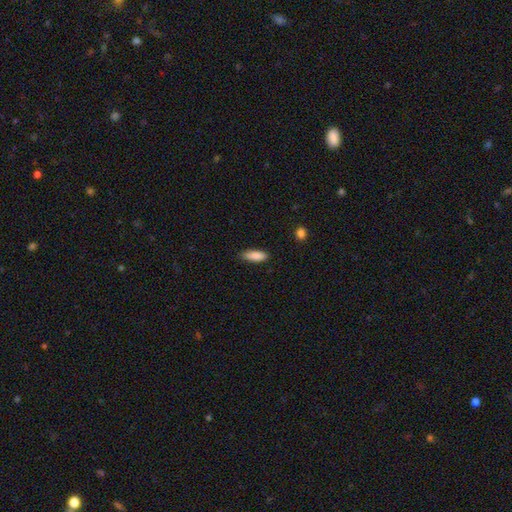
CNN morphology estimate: Smooth or featured?
  - smooth: 88% *
  - star or artifact: 6%
  - featured or disk: 6%
How rounded?
  - in between: 60% *
  - cigar-shaped: 38%
  - round: 2%
Merging?
  - none: 81% *
  - minor disturbance: 16%
  - major disturbance: 2%
  - merger: 1%